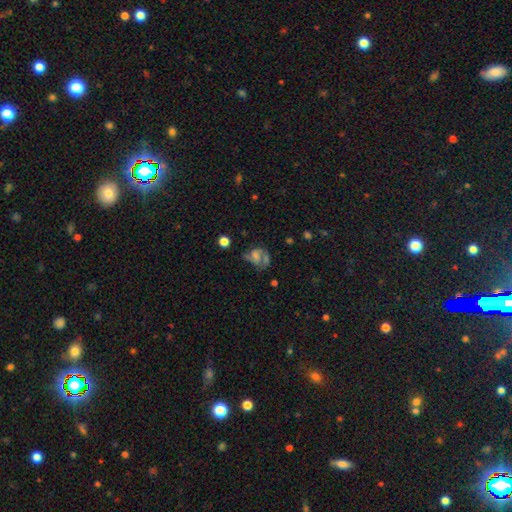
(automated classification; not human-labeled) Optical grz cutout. It shows a featured or disk galaxy (51%) with no bar (62%), spiral arms (63%) and a small central bulge (33%). Merging: major disturbance (31%, tied with none).